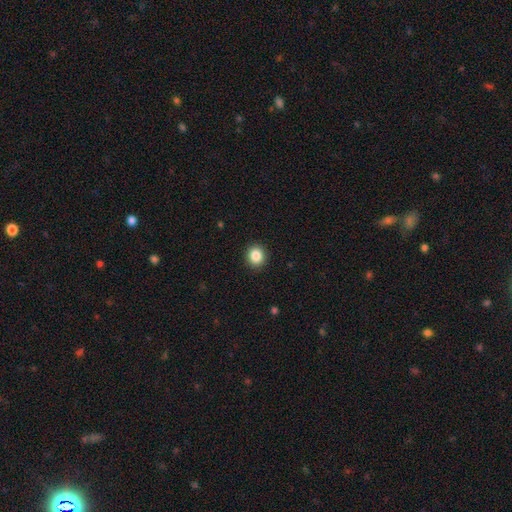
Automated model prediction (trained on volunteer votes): smooth_or_featured: smooth (p=0.86) [alt: star or artifact p=0.10]
how_rounded: round (p=0.77) [alt: in between p=0.22]
merging: none (p=0.91) [alt: minor disturbance p=0.06]